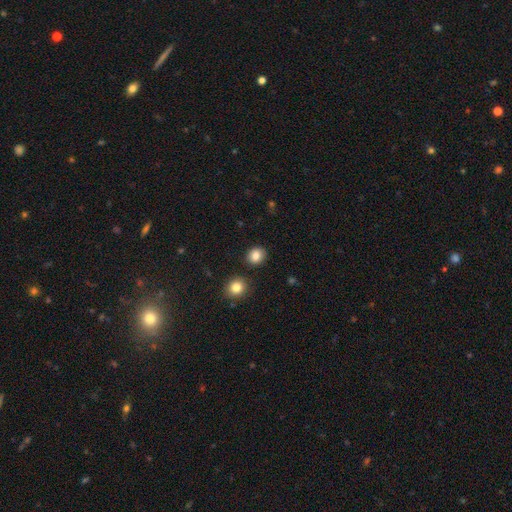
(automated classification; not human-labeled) Q: Smooth or featured?
A: smooth (85%); runner-up: star or artifact (10%)
Q: How rounded?
A: round (71%); runner-up: in between (28%)
Q: Merging?
A: none (88%); runner-up: minor disturbance (7%)